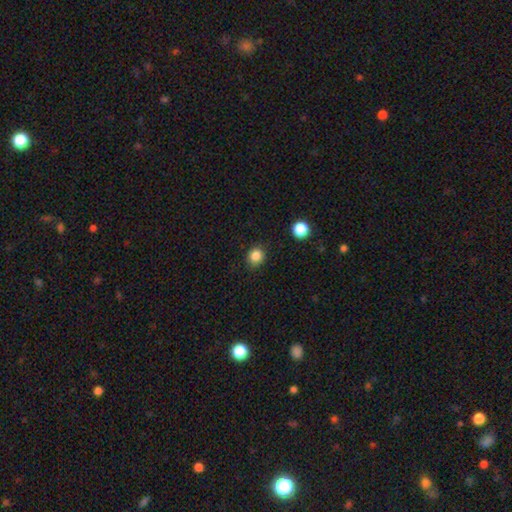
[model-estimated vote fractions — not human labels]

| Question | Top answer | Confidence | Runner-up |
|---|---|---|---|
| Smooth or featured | smooth | 85% | star or artifact (11%) |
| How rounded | round | 79% | in between (20%) |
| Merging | none | 88% | minor disturbance (8%) |